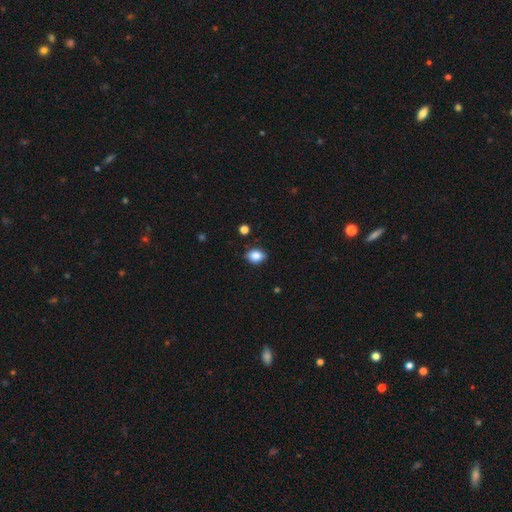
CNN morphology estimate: type=smooth (84%); roundness=in between (66%); merging=none (80%).